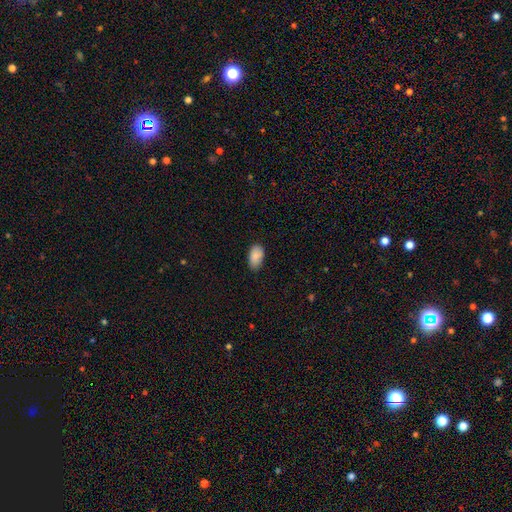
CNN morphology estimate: smooth_or_featured: smooth (p=0.87) [alt: star or artifact p=0.07]
how_rounded: in between (p=0.93) [alt: round p=0.05]
merging: none (p=0.73) [alt: minor disturbance p=0.22]